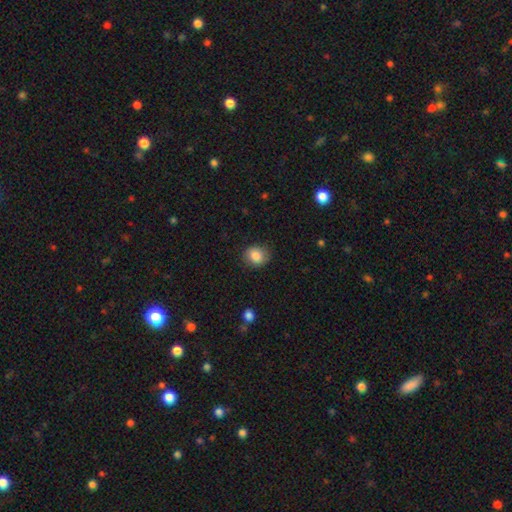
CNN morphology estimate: Smooth or featured?
  - smooth: 85% *
  - star or artifact: 9%
  - featured or disk: 6%
How rounded?
  - round: 73% *
  - in between: 26%
  - cigar-shaped: 1%
Merging?
  - none: 83% *
  - minor disturbance: 13%
  - major disturbance: 3%
  - merger: 1%